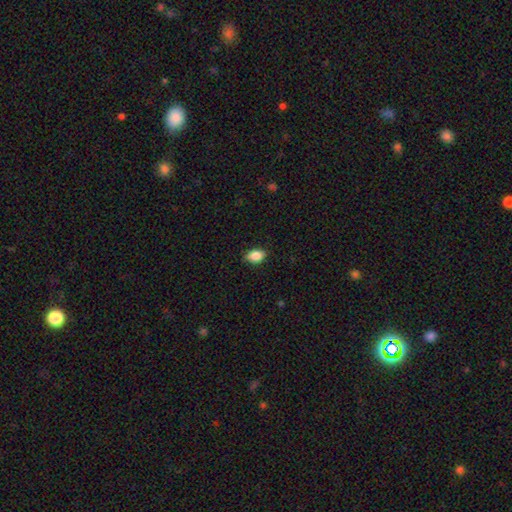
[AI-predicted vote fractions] Q: Smooth or featured?
A: smooth (88%); runner-up: star or artifact (8%)
Q: How rounded?
A: in between (84%); runner-up: round (14%)
Q: Merging?
A: none (85%); runner-up: minor disturbance (12%)